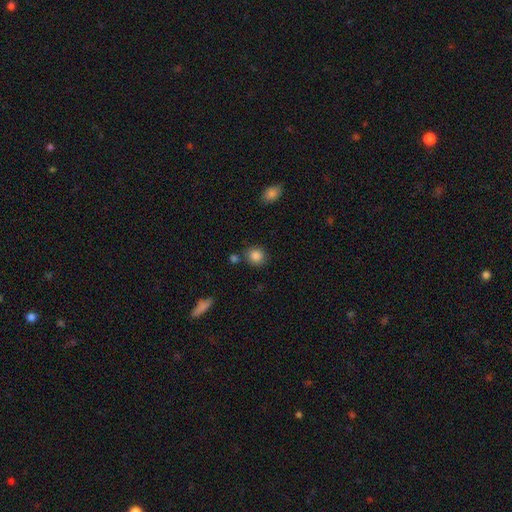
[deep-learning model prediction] smooth_or_featured: smooth (p=0.86) [alt: star or artifact p=0.10]
how_rounded: round (p=0.83) [alt: in between p=0.16]
merging: none (p=0.77) [alt: minor disturbance p=0.11]